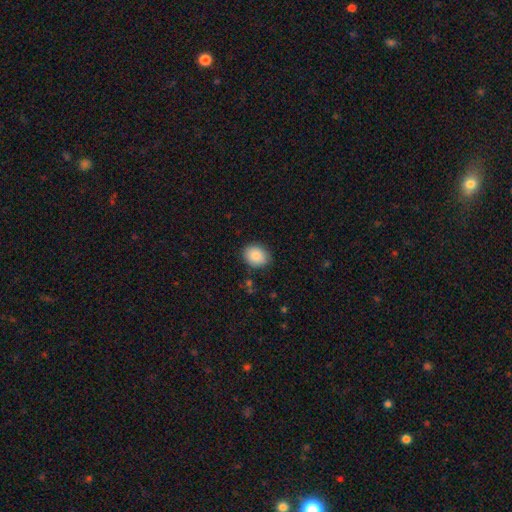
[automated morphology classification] Smooth or featured? Predicted: smooth (p=0.87). How rounded? Predicted: in between (p=0.51). Merging? Predicted: none (p=0.86).